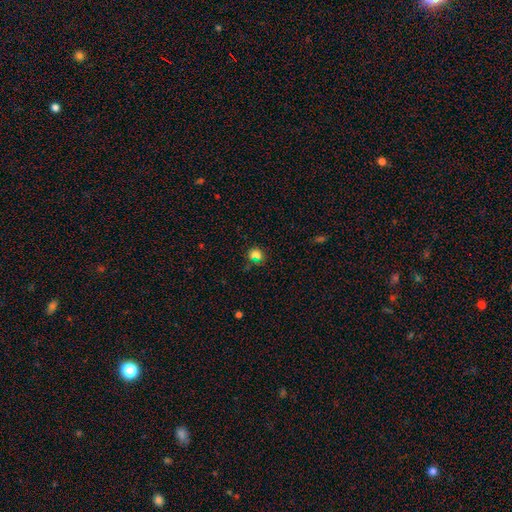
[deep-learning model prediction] A smooth galaxy with no disk features (73%) that is round (65%).

Vote fractions:
- Smooth or featured? smooth: 73% / star or artifact: 20% / featured or disk: 7%
- How rounded? round: 65% / in between: 34% / cigar-shaped: 2%
- Merging? none: 68% / minor disturbance: 17% / merger: 8% / major disturbance: 7%